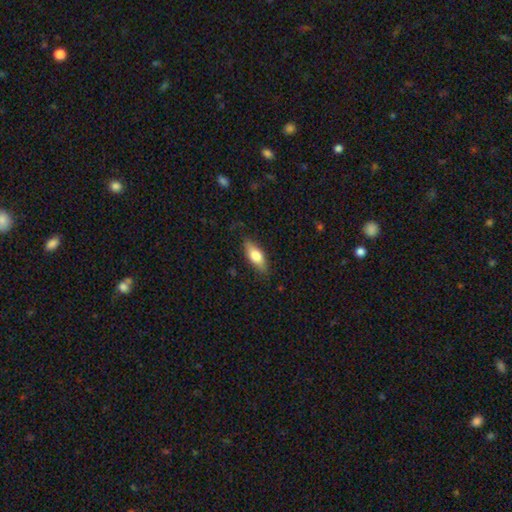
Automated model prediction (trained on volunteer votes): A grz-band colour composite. It shows a smooth galaxy with no disk features (66%) that is in between round and cigar-shaped (70%). Merging: none (83%).